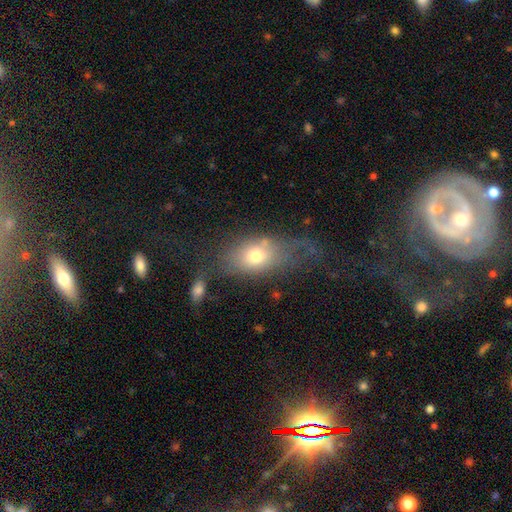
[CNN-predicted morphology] Smooth or featured: smooth — 68% (featured or disk — 22%)
How rounded: in between — 79% (round — 17%)
Merging: none — 42% (major disturbance — 25%)